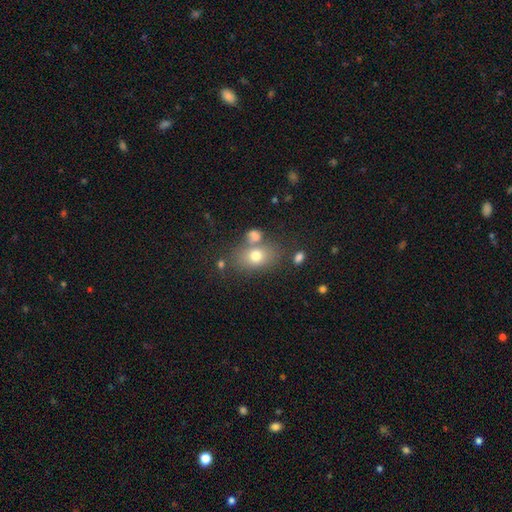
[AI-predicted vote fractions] Overall: smooth (72%). How rounded: in between (72%). Merging: none (61%).